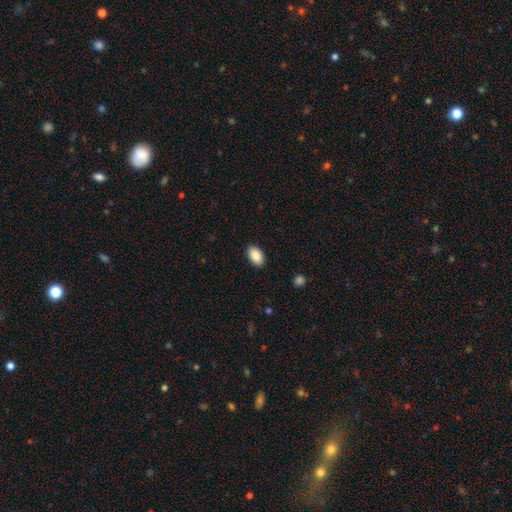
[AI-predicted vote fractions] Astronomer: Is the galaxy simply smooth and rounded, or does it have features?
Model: smooth — 89%.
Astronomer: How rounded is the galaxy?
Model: in between — 93%.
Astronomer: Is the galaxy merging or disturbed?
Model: none — 89%.